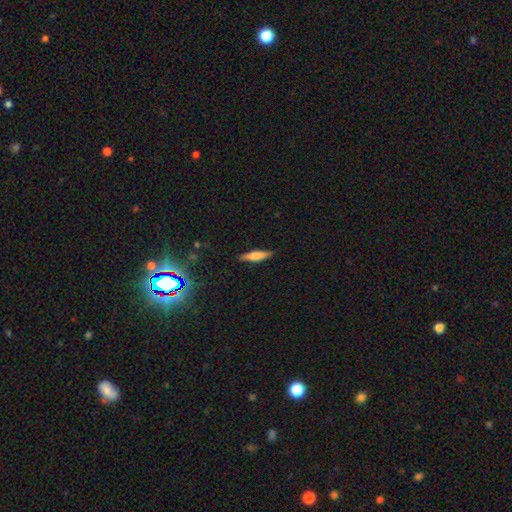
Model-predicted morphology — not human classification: Smooth or featured?
  - smooth: 62% *
  - featured or disk: 30%
  - star or artifact: 8%
How rounded?
  - cigar-shaped: 77% *
  - in between: 21%
  - round: 2%
Merging?
  - none: 88% *
  - minor disturbance: 9%
  - major disturbance: 2%
  - merger: 1%